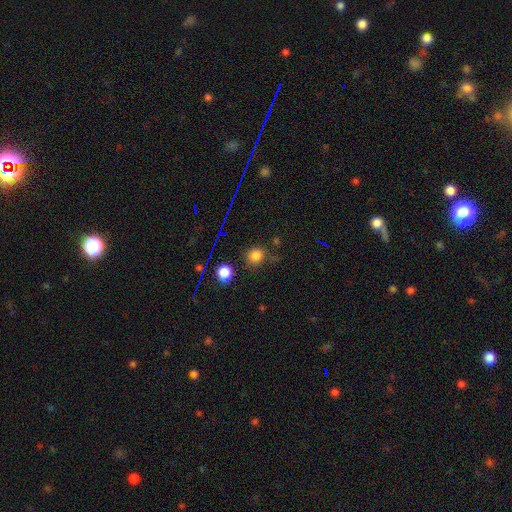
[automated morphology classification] This appears to be a smooth galaxy with no disk features (75%) that is round (87%). Merging: none (74%).